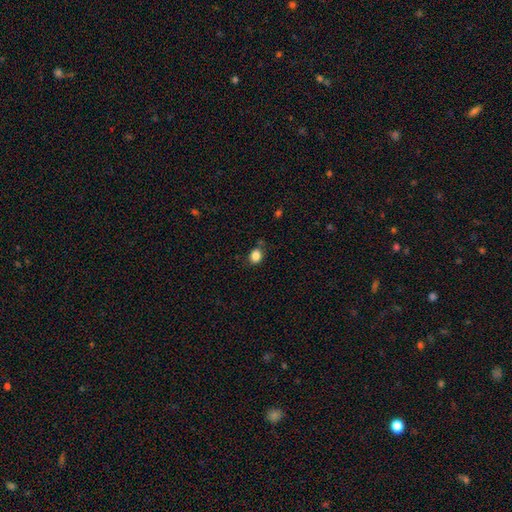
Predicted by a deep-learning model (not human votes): A smooth galaxy with no disk features (85%) that is round (50%).

Vote fractions:
- Smooth or featured? smooth: 85% / star or artifact: 11% / featured or disk: 4%
- How rounded? round: 50% / in between: 49% / cigar-shaped: 1%
- Merging? none: 77% / minor disturbance: 16% / merger: 4% / major disturbance: 4%